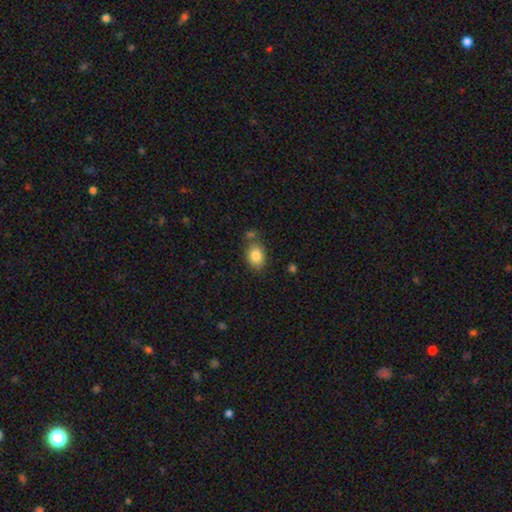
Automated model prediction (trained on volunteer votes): This is clearly a smooth galaxy (84%). How rounded: likely in between (72%). Merging: likely none (71%).